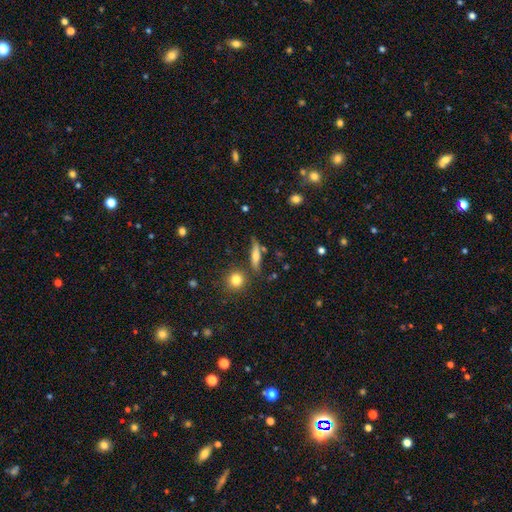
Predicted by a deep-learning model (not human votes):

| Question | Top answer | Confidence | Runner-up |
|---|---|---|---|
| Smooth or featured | smooth | 60% | featured or disk (31%) |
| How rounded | cigar-shaped | 70% | in between (25%) |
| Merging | none | 72% | minor disturbance (16%) |